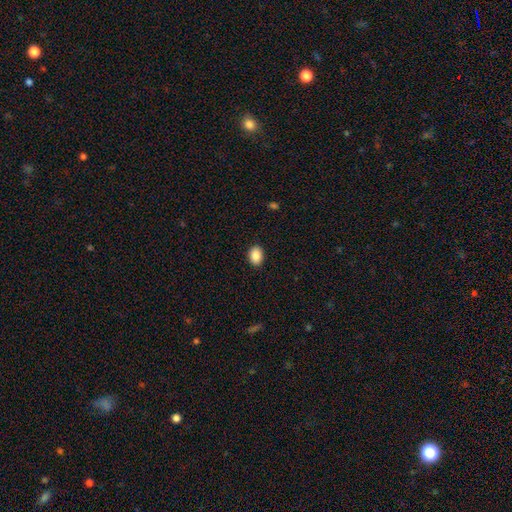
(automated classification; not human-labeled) A smooth galaxy with no disk features (89%) that is in between round and cigar-shaped (74%).

Vote fractions:
- Smooth or featured? smooth: 89% / star or artifact: 8% / featured or disk: 3%
- How rounded? in between: 74% / round: 25% / cigar-shaped: 1%
- Merging? none: 90% / minor disturbance: 7% / major disturbance: 2% / merger: 1%